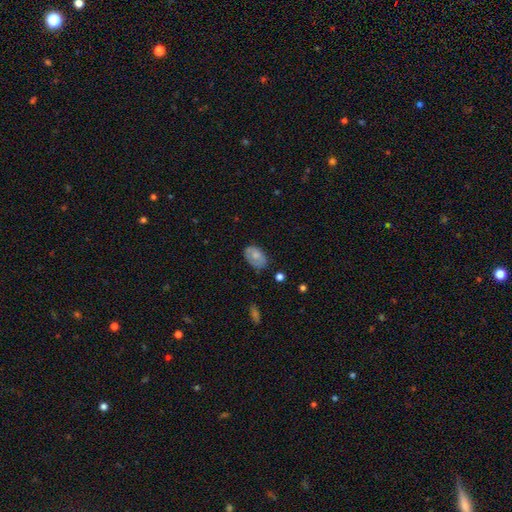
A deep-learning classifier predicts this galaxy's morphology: This appears to be a smooth galaxy with no disk features (68%) that is in between round and cigar-shaped (87%). Merging: none (69%).